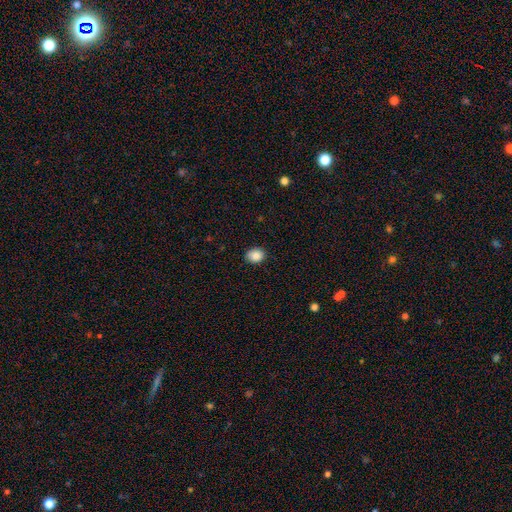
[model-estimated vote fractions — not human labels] Smooth or featured: smooth — 88% (star or artifact — 9%)
How rounded: round — 50% (in between — 49%)
Merging: none — 86% (minor disturbance — 11%)